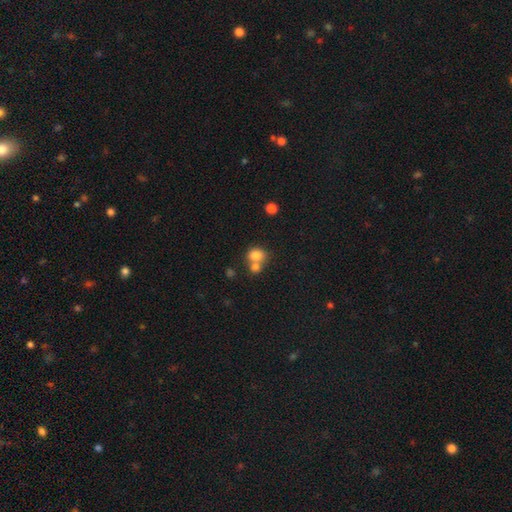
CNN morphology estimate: Smooth or featured? Predicted: smooth (p=0.79). How rounded? Predicted: round (p=0.66). Merging? Predicted: merger (p=0.50).